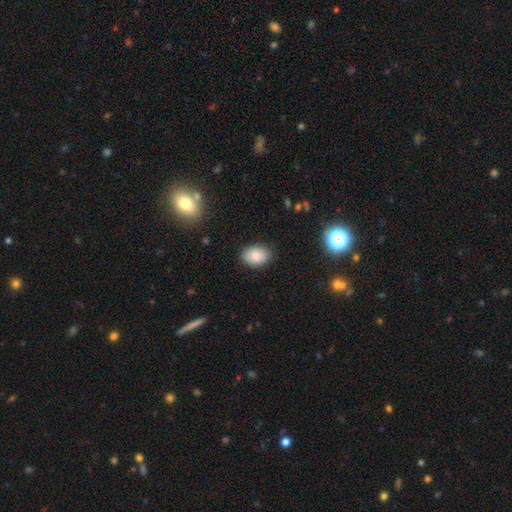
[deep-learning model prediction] smooth_or_featured: smooth (p=0.80) [alt: featured or disk p=0.11]
how_rounded: in between (p=0.80) [alt: round p=0.19]
merging: none (p=0.84) [alt: minor disturbance p=0.12]